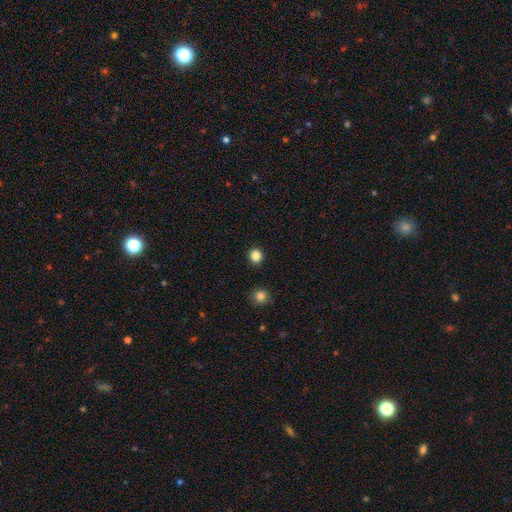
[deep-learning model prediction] Q: Smooth or featured?
A: smooth (85%); runner-up: star or artifact (12%)
Q: How rounded?
A: round (89%); runner-up: in between (10%)
Q: Merging?
A: none (92%); runner-up: minor disturbance (5%)